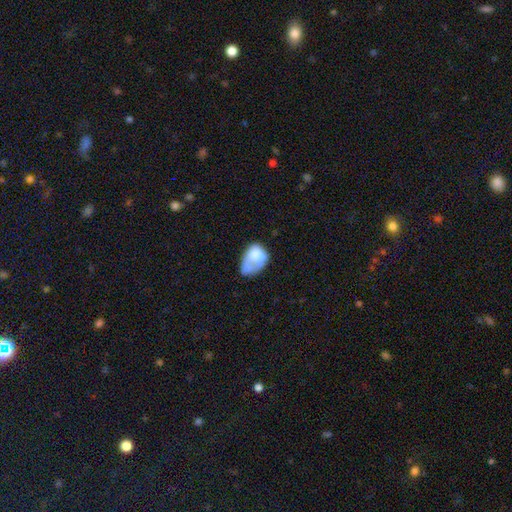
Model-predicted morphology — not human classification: type=smooth (64%); roundness=in between (82%); merging=major disturbance (36%).